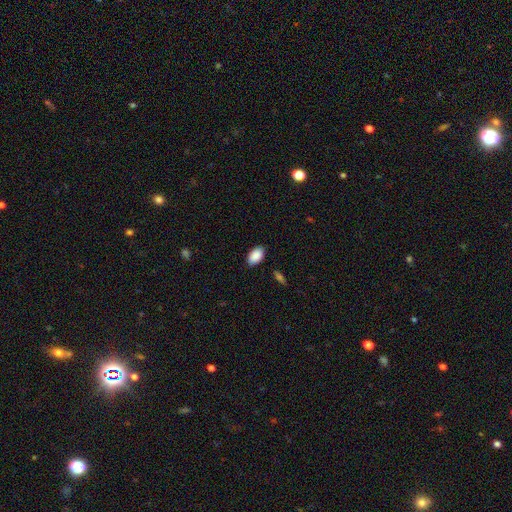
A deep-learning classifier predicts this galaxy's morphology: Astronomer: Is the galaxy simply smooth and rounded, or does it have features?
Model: smooth — 90%.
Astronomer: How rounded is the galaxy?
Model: in between — 91%.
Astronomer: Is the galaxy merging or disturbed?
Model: none — 86%.